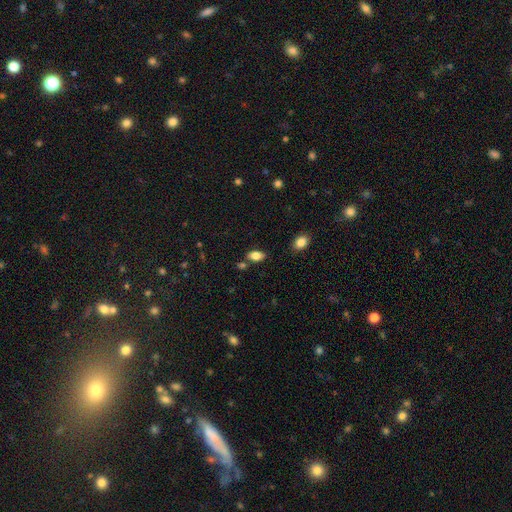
Morphology: type=smooth (85%); roundness=in between (97%); merging=none (69%).